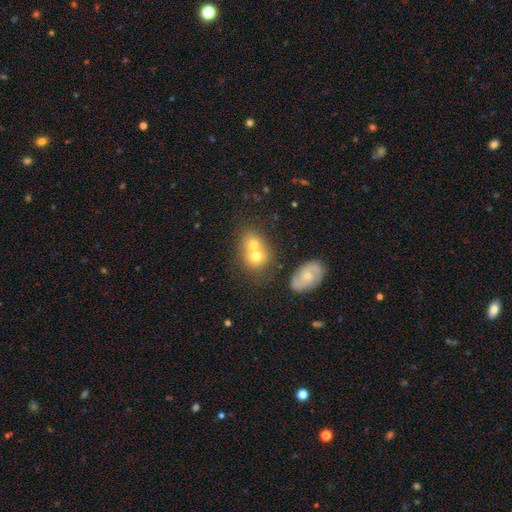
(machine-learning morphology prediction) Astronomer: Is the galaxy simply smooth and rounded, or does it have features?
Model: smooth — 61%.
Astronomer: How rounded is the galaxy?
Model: round — 67%.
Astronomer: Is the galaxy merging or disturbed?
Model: merger — 56% (runner-up: none, 33%).